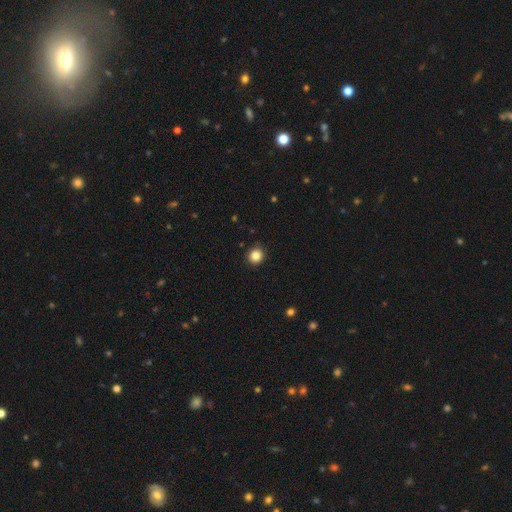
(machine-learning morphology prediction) smooth 85%, star or artifact 11%, featured or disk 4%. Down the decision tree: how rounded — round (92%); merging — none (90%).